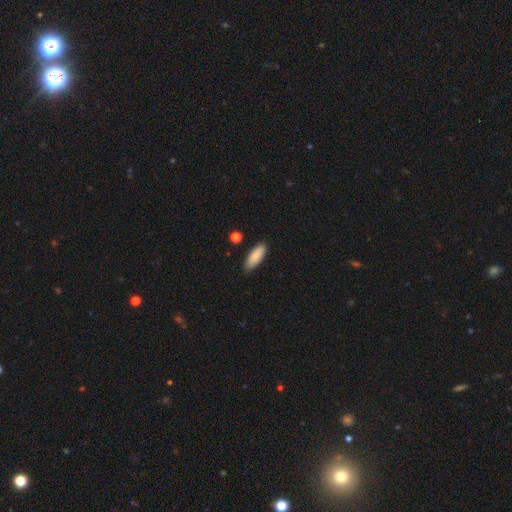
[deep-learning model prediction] A smooth galaxy with no disk features (86%) that is in between round and cigar-shaped (65%). Merging: none (86%).